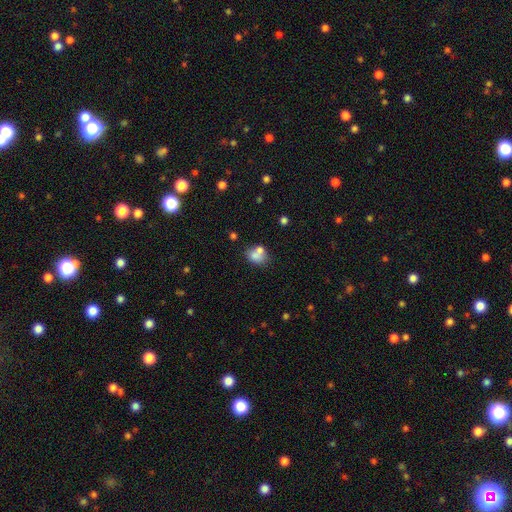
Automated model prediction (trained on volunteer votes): smooth_or_featured: smooth (p=0.72) [alt: featured or disk p=0.17]
how_rounded: in between (p=0.55) [alt: round p=0.44]
merging: merger (p=0.41) [alt: none p=0.40]